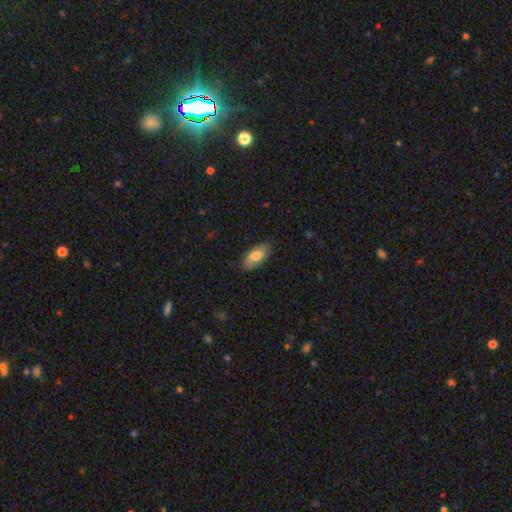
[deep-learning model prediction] This appears to be a smooth galaxy with no disk features (73%) that is in between round and cigar-shaped (90%). Merging: none (79%).